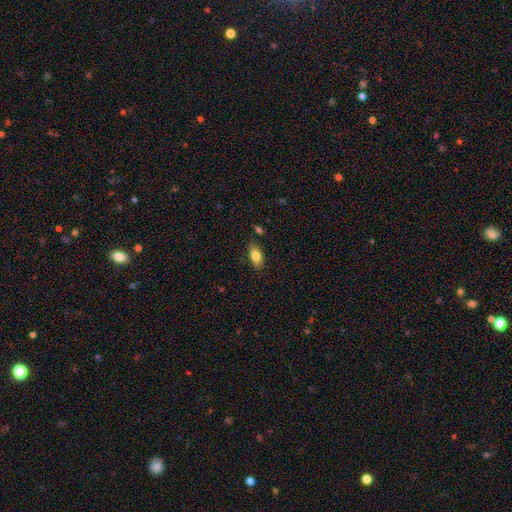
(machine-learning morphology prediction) smooth-or-featured: smooth: 82% | featured or disk: 10% | star or artifact: 8%
  how-rounded: in between: 87% | cigar-shaped: 9% | round: 4%
  merging: none: 82% | minor disturbance: 12% | merger: 3% | major disturbance: 3%